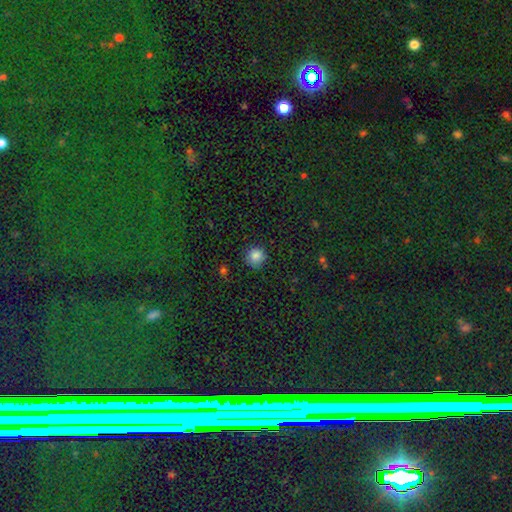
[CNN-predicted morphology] smooth_or_featured: smooth (p=0.84) [alt: star or artifact p=0.12]
how_rounded: round (p=0.92) [alt: in between p=0.07]
merging: none (p=0.86) [alt: minor disturbance p=0.10]